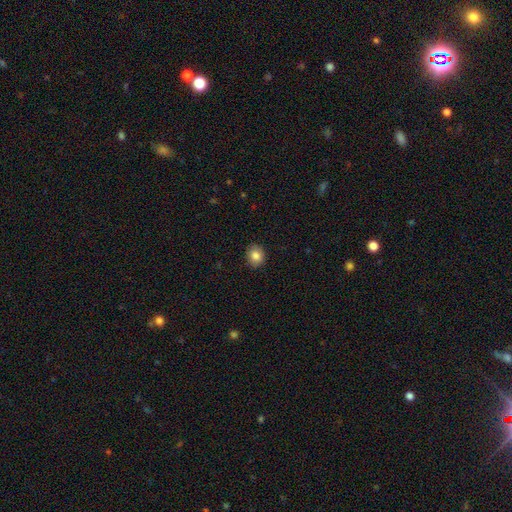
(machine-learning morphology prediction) smooth-or-featured: smooth: 84% | star or artifact: 9% | featured or disk: 7%
  how-rounded: round: 62% | in between: 37% | cigar-shaped: 1%
  merging: none: 90% | minor disturbance: 7% | major disturbance: 2% | merger: 1%